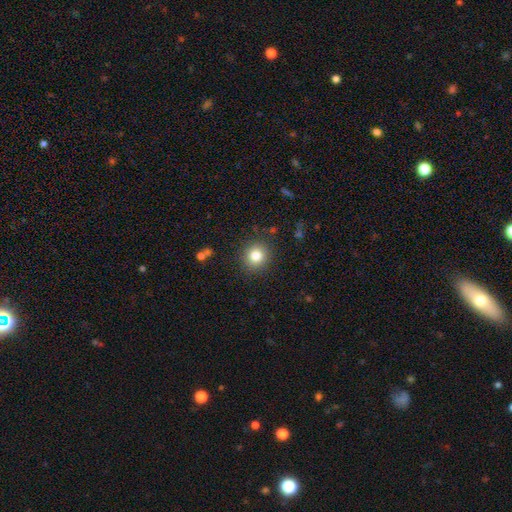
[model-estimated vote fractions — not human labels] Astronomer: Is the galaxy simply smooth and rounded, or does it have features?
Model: smooth — 82%.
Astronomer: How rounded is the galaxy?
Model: round — 90%.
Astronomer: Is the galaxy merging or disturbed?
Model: none — 89%.